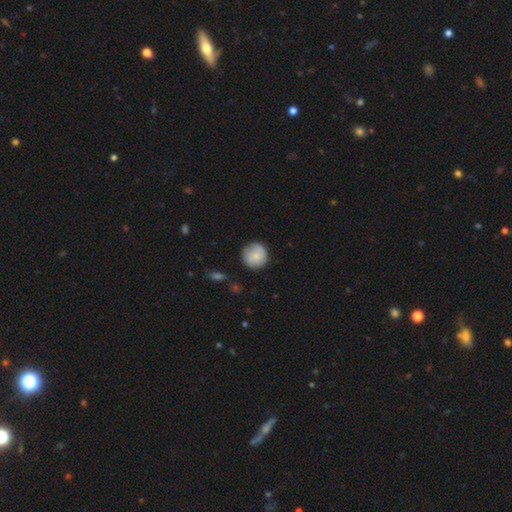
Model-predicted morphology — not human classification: Smooth or featured: smooth — 76% (featured or disk — 17%)
How rounded: round — 93% (in between — 6%)
Merging: none — 79% (minor disturbance — 16%)